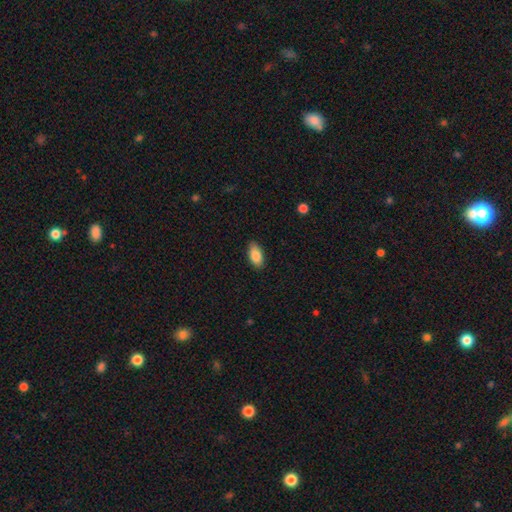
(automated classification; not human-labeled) Smooth or featured? smooth (86%)
How rounded? in between (91%)
Merging? none (86%)